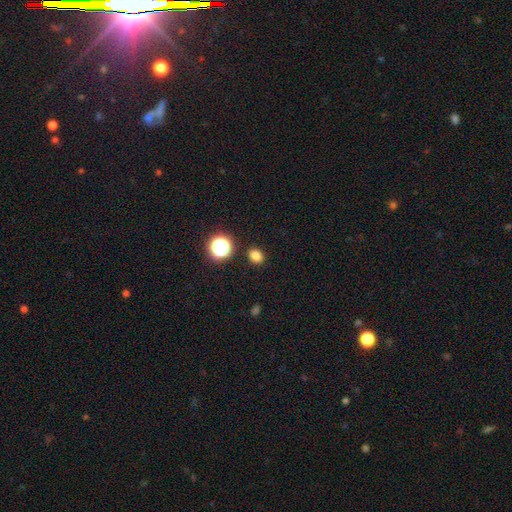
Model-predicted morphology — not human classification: Smooth or featured: smooth — 80% (star or artifact — 16%)
How rounded: in between — 51% (round — 48%)
Merging: none — 88% (minor disturbance — 7%)